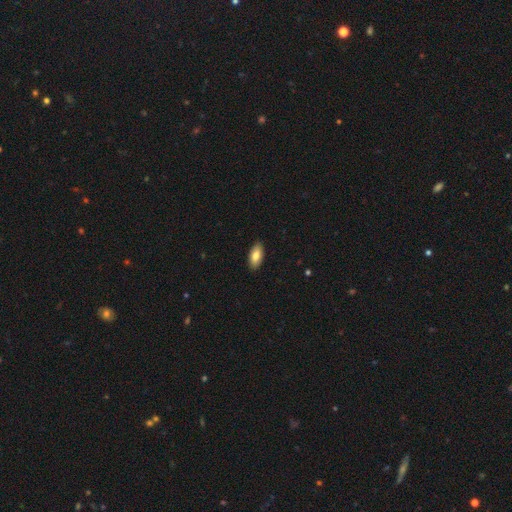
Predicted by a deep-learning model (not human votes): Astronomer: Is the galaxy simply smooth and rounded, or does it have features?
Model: smooth — 82%.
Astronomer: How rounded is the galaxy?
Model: in between — 91%.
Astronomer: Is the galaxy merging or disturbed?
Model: none — 90%.